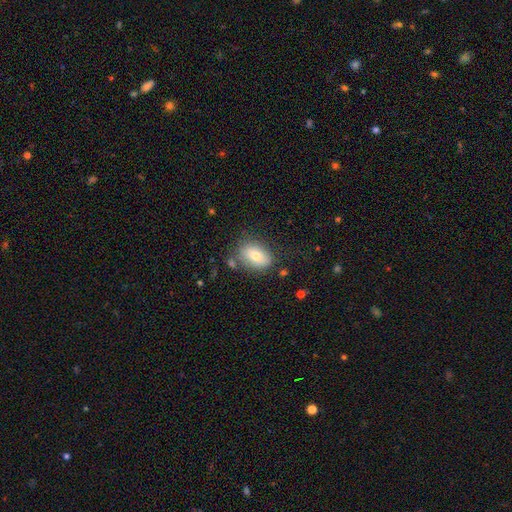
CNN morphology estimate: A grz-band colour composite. It shows a smooth galaxy with no disk features (72%) that is in between round and cigar-shaped (79%). Merging: none (72%).